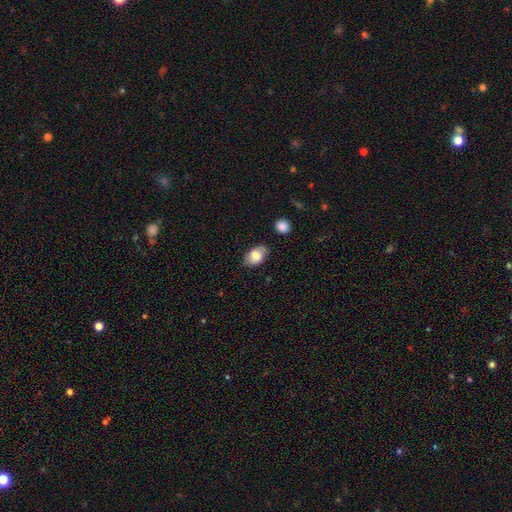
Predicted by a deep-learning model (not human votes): smooth_or_featured: smooth (p=0.79) [alt: featured or disk p=0.14]
how_rounded: in between (p=0.89) [alt: round p=0.10]
merging: none (p=0.79) [alt: minor disturbance p=0.16]